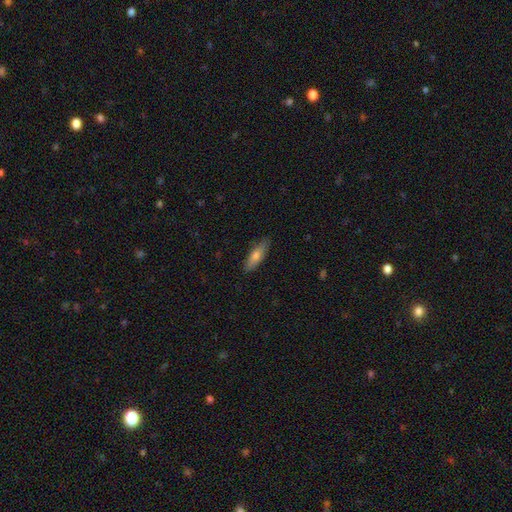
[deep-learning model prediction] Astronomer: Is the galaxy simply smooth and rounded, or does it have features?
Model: smooth — 68%.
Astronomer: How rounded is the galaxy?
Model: cigar-shaped — 54% (runner-up: in between, 44%).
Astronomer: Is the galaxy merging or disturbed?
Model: none — 86%.